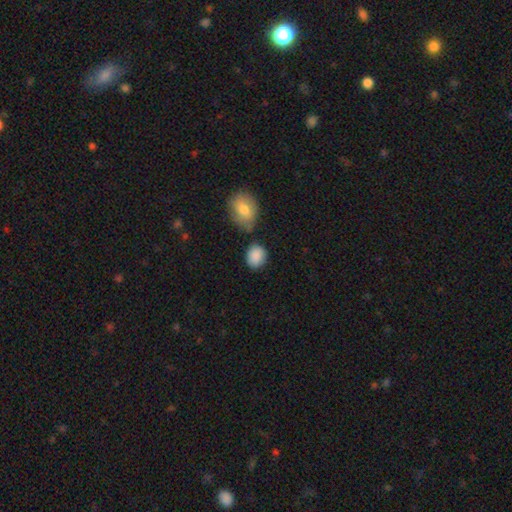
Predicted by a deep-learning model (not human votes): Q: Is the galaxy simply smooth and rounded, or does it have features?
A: smooth — 88%.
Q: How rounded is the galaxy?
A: round — 53%.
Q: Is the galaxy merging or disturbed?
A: none — 67%.